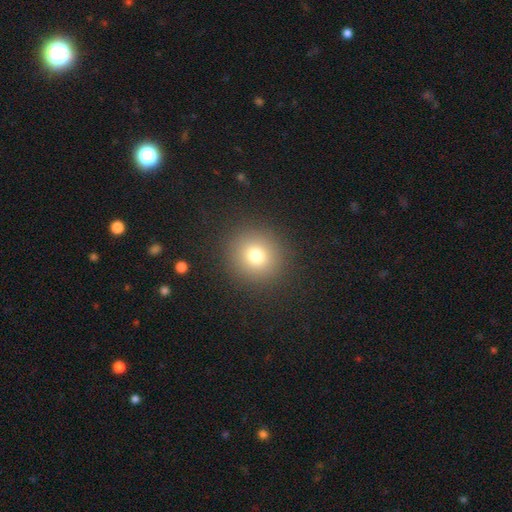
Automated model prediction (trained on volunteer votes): A smooth galaxy with no disk features (75%) that is round (91%). Merging: none (90%).